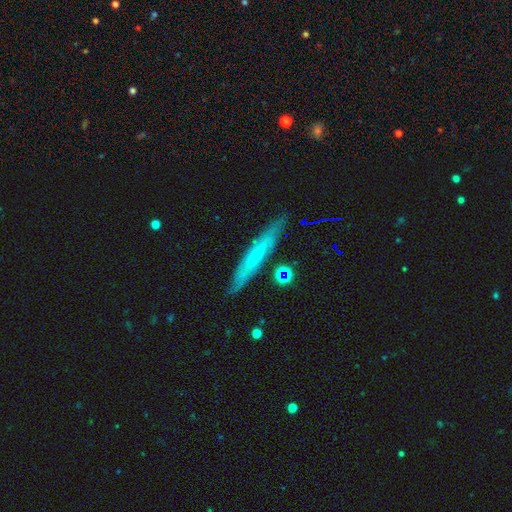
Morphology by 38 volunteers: featured or disk 55%, smooth 37%, star or artifact 8%. Down the decision tree: edge-on disk — yes (81%); edge-on bulge — none (59%); merging — none (80%).